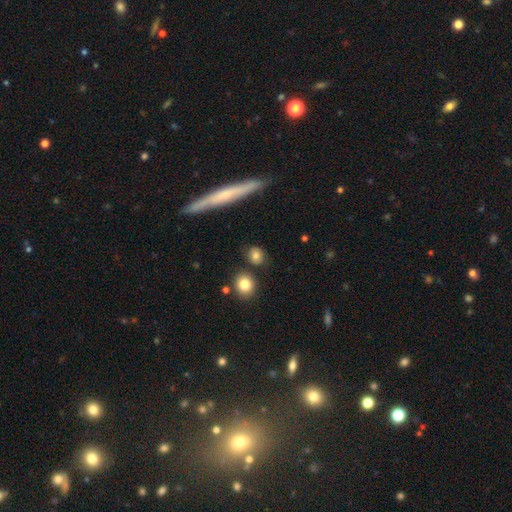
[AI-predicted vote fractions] Overall: smooth (80%). How rounded: round (66%; in between 30%). Merging: none (81%).